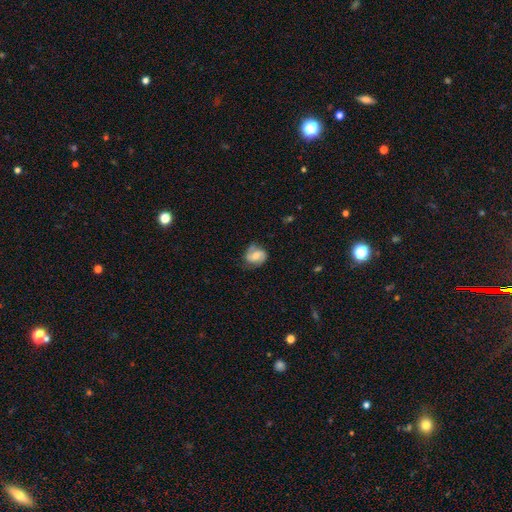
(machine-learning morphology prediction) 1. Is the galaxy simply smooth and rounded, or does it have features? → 56% featured or disk, 36% smooth, 8% star or artifact.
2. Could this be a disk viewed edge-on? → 97% no, 3% yes.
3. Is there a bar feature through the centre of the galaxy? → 43% weak, 37% no, 21% strong.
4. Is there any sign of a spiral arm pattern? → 88% yes, 12% no.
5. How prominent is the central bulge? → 35% moderate, 31% small, 19% none, 12% large, 2% dominant.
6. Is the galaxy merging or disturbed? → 60% none, 26% minor disturbance, 11% major disturbance, 2% merger.